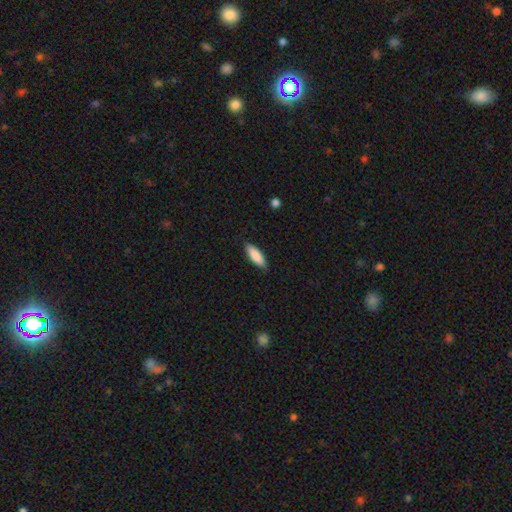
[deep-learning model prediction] smooth 86%, featured or disk 8%, star or artifact 6%. Down the decision tree: how rounded — in between (61%); merging — none (85%).